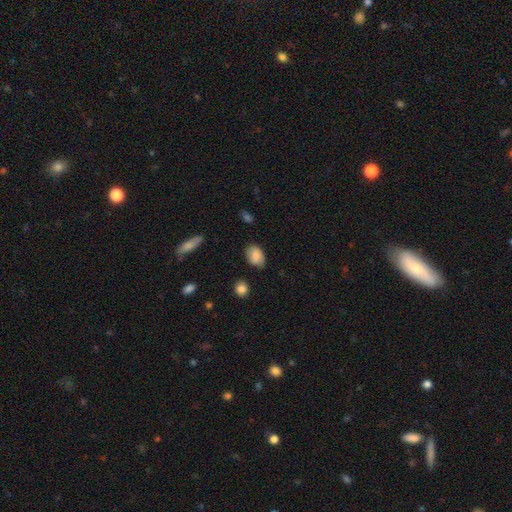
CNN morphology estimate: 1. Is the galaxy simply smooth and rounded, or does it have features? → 80% smooth, 12% featured or disk, 8% star or artifact.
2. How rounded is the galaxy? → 84% in between, 14% round, 2% cigar-shaped.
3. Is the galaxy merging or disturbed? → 75% none, 19% minor disturbance, 4% major disturbance, 2% merger.